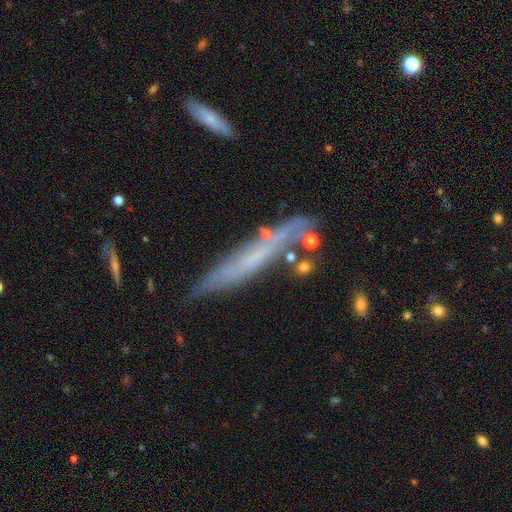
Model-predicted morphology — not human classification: featured or disk 51%, smooth 39%, star or artifact 10%. Down the decision tree: edge-on disk — yes (78%); merging — none (67%).